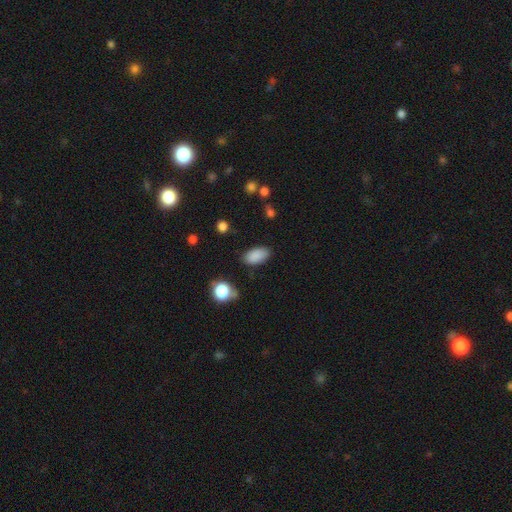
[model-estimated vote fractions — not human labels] Smooth or featured?
  - smooth: 87% *
  - star or artifact: 8%
  - featured or disk: 4%
How rounded?
  - in between: 93% *
  - round: 4%
  - cigar-shaped: 3%
Merging?
  - none: 84% *
  - minor disturbance: 12%
  - major disturbance: 3%
  - merger: 2%